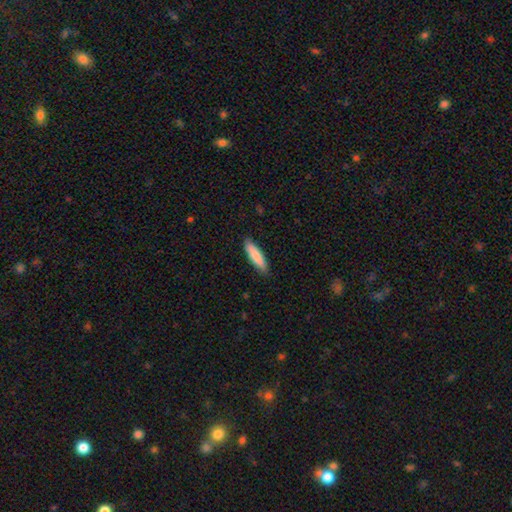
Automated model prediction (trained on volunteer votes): Smooth or featured? Predicted: smooth (p=0.84). How rounded? Predicted: cigar-shaped (p=0.69). Merging? Predicted: none (p=0.88).